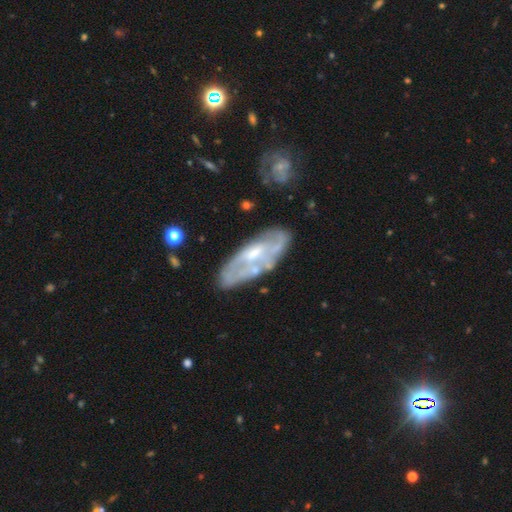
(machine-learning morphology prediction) A featured or disk galaxy (67%) with no bar (61%), spiral arms (55%) and a small central bulge (41%, tied with moderate). Merging: none (66%).